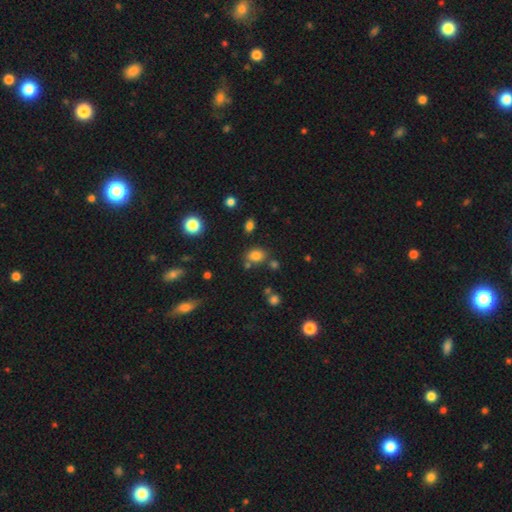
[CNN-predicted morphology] Overall: smooth (79%). How rounded: in between (54%; round 45%). Merging: none (70%).